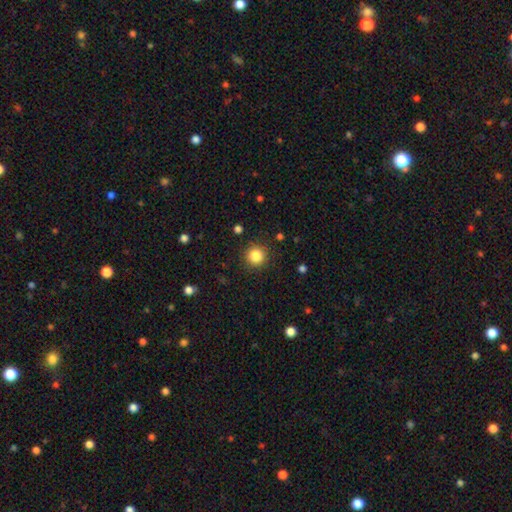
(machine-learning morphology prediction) Smooth or featured? smooth (84%)
How rounded? round (95%)
Merging? none (91%)